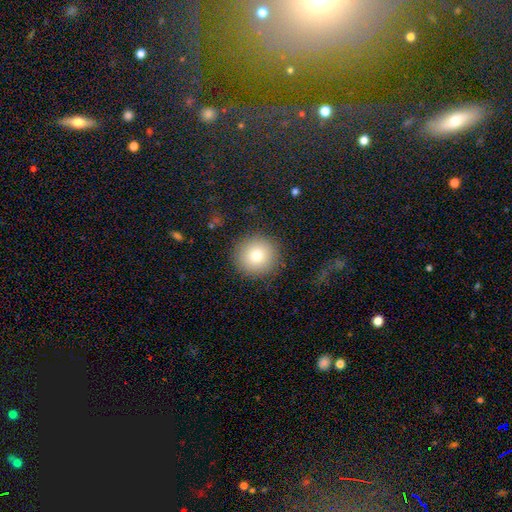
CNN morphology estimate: Smooth or featured? Predicted: smooth (p=0.80). How rounded? Predicted: round (p=0.91). Merging? Predicted: none (p=0.88).